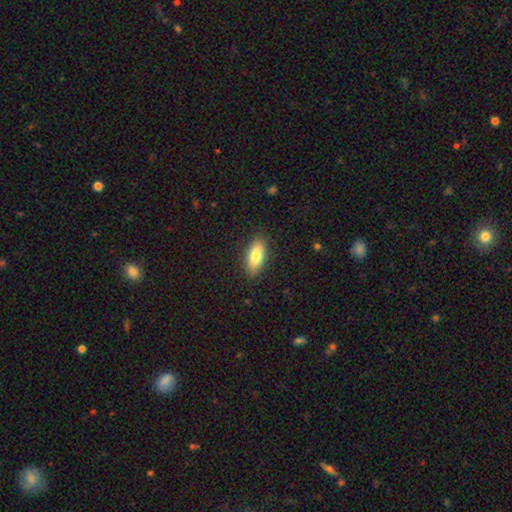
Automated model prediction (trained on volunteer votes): Morphology: type=smooth (80%); roundness=in between (80%); merging=none (87%).